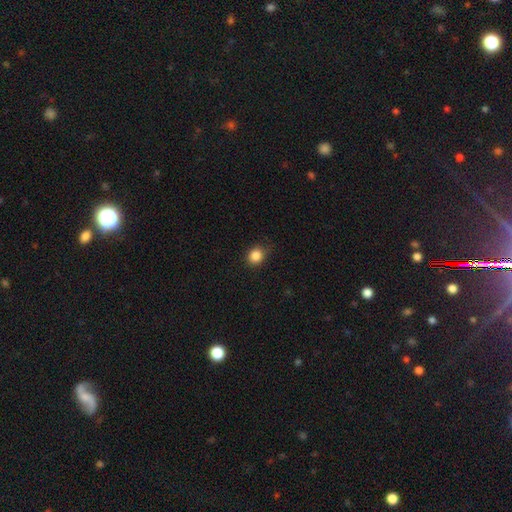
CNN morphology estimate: A smooth galaxy with no disk features (85%) that is round (76%).

Vote fractions:
- Smooth or featured? smooth: 85% / star or artifact: 11% / featured or disk: 4%
- How rounded? round: 76% / in between: 23% / cigar-shaped: 1%
- Merging? none: 81% / minor disturbance: 15% / major disturbance: 3% / merger: 1%